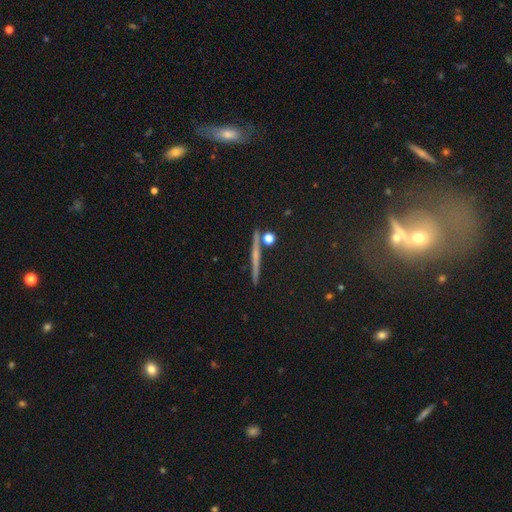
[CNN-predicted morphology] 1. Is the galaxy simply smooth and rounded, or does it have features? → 49% featured or disk, 33% smooth, 18% star or artifact.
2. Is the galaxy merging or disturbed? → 88% none, 7% minor disturbance, 3% merger, 2% major disturbance.